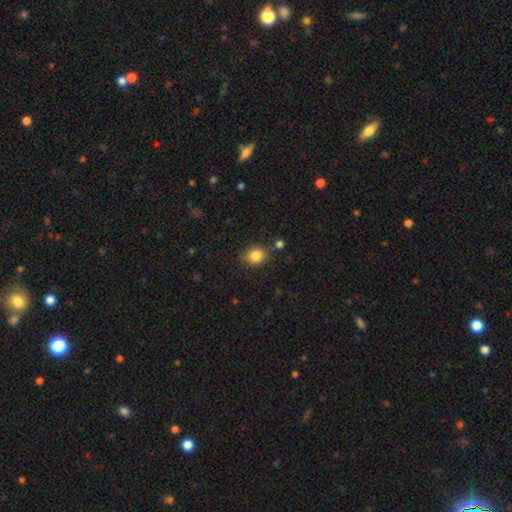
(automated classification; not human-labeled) Smooth or featured?
  - smooth: 85% *
  - star or artifact: 10%
  - featured or disk: 5%
How rounded?
  - round: 60% *
  - in between: 39%
  - cigar-shaped: 1%
Merging?
  - none: 82% *
  - minor disturbance: 11%
  - merger: 4%
  - major disturbance: 3%